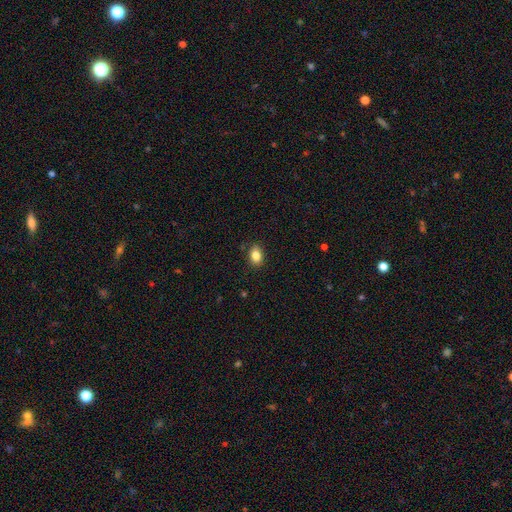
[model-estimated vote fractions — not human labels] Smooth or featured?
  - smooth: 84% *
  - star or artifact: 9%
  - featured or disk: 7%
How rounded?
  - in between: 79% *
  - round: 19%
  - cigar-shaped: 2%
Merging?
  - none: 85% *
  - minor disturbance: 11%
  - major disturbance: 2%
  - merger: 1%